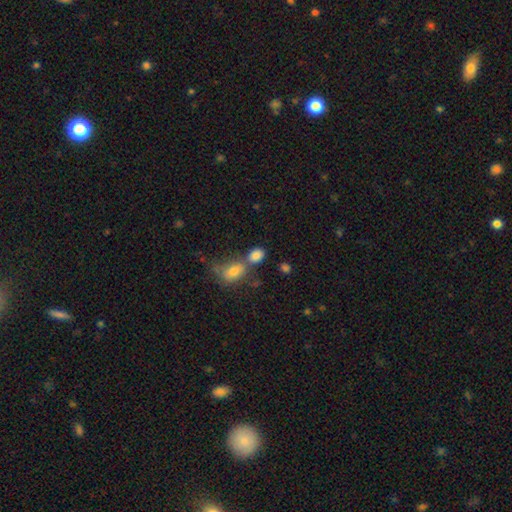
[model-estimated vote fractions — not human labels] Morphology: type=smooth (83%); roundness=in between (69%); merging=none (44%).